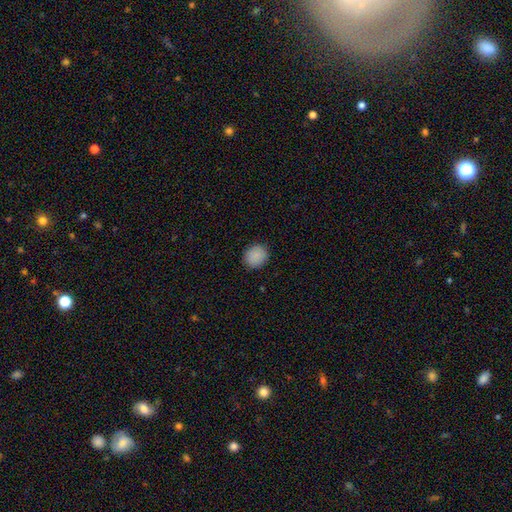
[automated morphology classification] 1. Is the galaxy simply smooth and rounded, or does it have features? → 89% smooth, 8% star or artifact, 3% featured or disk.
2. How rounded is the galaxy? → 82% round, 17% in between, 1% cigar-shaped.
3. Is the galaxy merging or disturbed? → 89% none, 8% minor disturbance, 2% major disturbance, 1% merger.